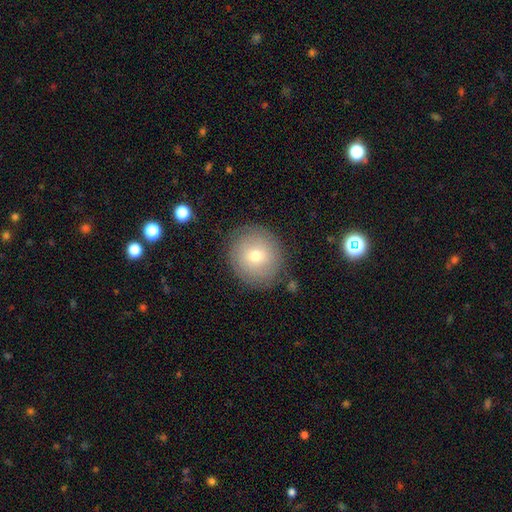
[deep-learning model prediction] smooth-or-featured: smooth: 61% | featured or disk: 29% | star or artifact: 10%
  how-rounded: round: 87% | in between: 12% | cigar-shaped: 1%
  merging: none: 84% | minor disturbance: 11% | major disturbance: 4% | merger: 2%